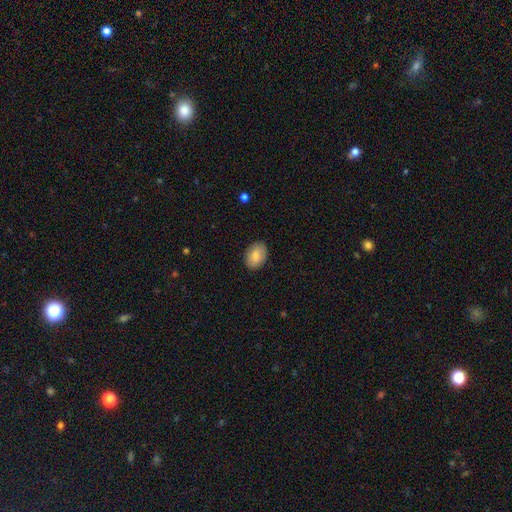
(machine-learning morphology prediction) A smooth galaxy with no disk features (82%) that is in between round and cigar-shaped (80%). Merging: none (87%).